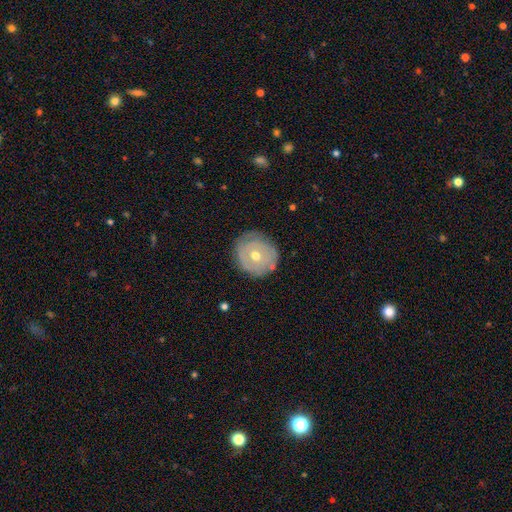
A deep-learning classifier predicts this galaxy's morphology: Smooth or featured: featured or disk — 56% (smooth — 37%)
Edge-on disk: no — 95% (yes — 5%)
Bar: no — 81% (weak — 15%)
Spiral arms: no — 50% (tied with yes — 50%)
Bulge size: moderate — 69% (small — 27%)
Merging: none — 75% (minor disturbance — 18%)